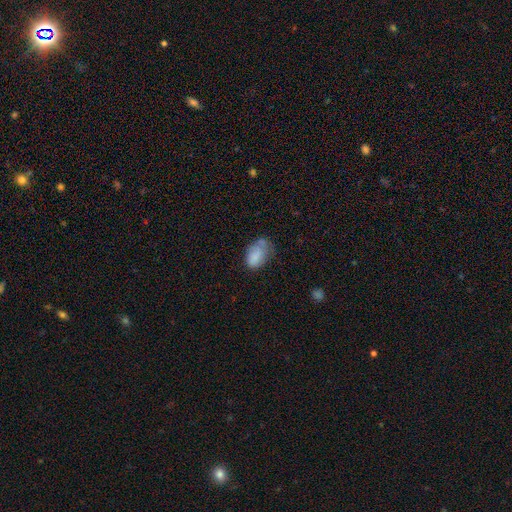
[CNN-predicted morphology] smooth_or_featured: smooth (p=0.80) [alt: featured or disk p=0.12]
how_rounded: in between (p=0.89) [alt: round p=0.10]
merging: none (p=0.41) [alt: minor disturbance p=0.36]